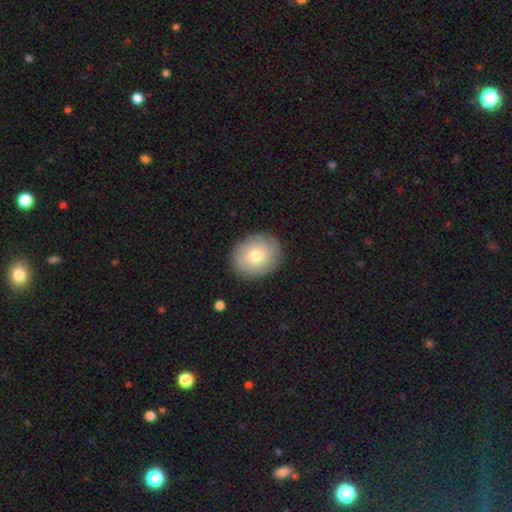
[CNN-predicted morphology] smooth 76%, featured or disk 17%, star or artifact 8%. Down the decision tree: how rounded — round (59%); merging — none (88%).